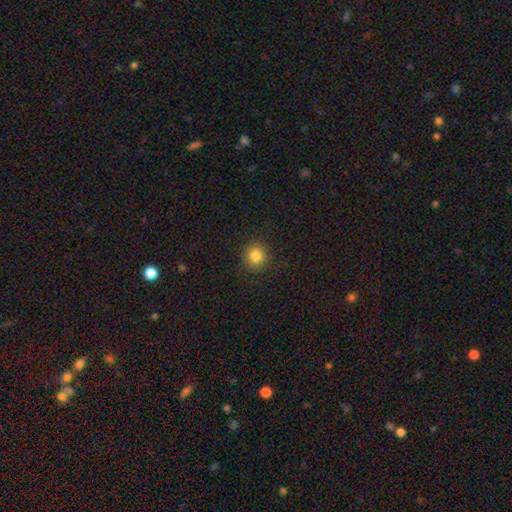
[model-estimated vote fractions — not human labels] This appears to be a smooth galaxy with no disk features (83%) that is round (92%). Merging: none (91%).